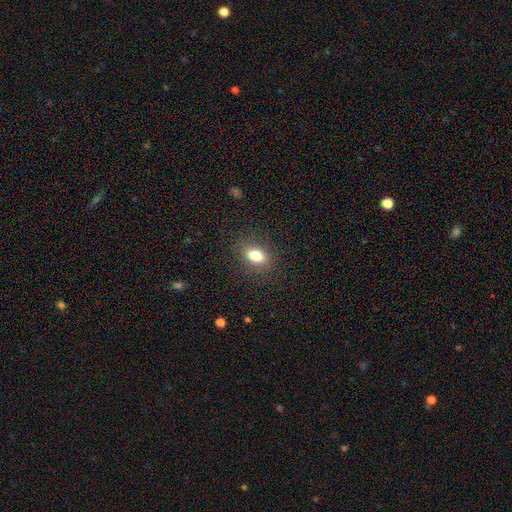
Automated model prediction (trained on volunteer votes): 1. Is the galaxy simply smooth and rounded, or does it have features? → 81% smooth, 10% star or artifact, 9% featured or disk.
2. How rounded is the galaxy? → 80% in between, 17% round, 2% cigar-shaped.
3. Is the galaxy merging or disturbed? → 85% none, 10% minor disturbance, 4% major disturbance, 1% merger.